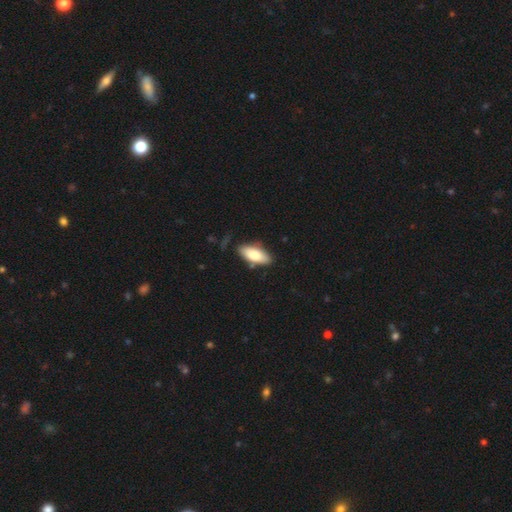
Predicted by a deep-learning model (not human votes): Morphology: type=smooth (79%); roundness=in between (82%); merging=none (77%).